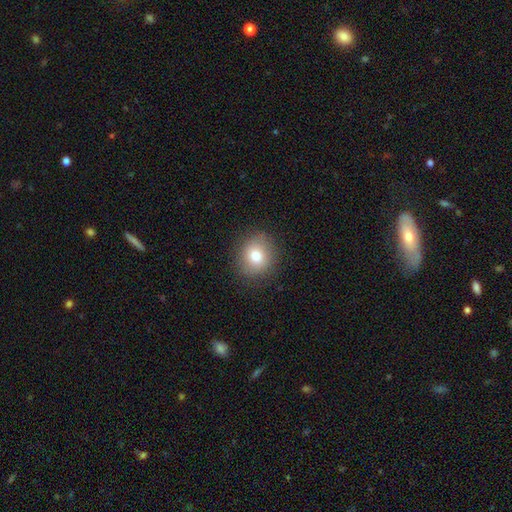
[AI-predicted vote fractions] This appears to be a smooth galaxy with no disk features (78%) that is round (81%). Merging: none (87%).